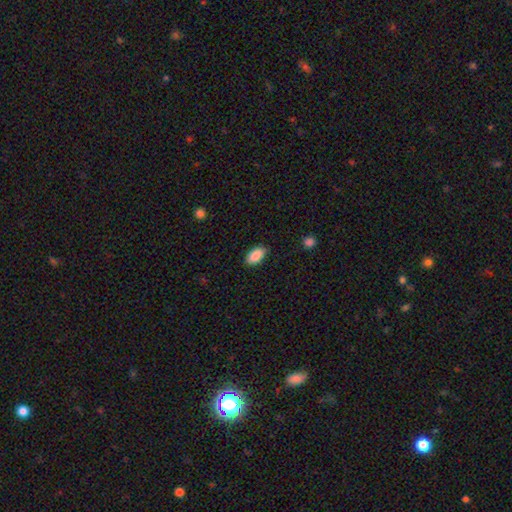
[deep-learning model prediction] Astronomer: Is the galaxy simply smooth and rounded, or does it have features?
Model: smooth — 88%.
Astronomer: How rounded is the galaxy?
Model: in between — 94%.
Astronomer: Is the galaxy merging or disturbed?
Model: none — 86%.